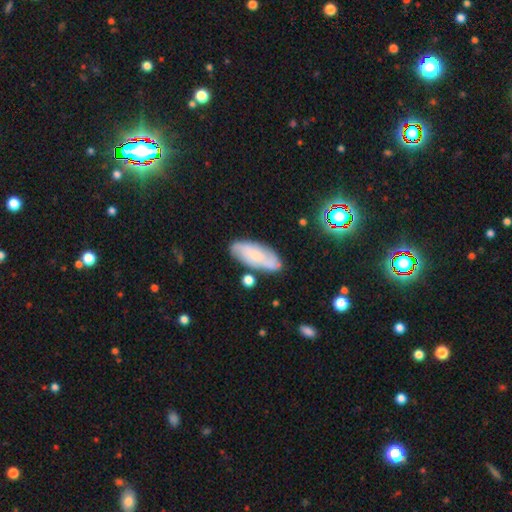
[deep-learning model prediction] This is possibly a smooth galaxy (46%). Merging: likely none (79%).